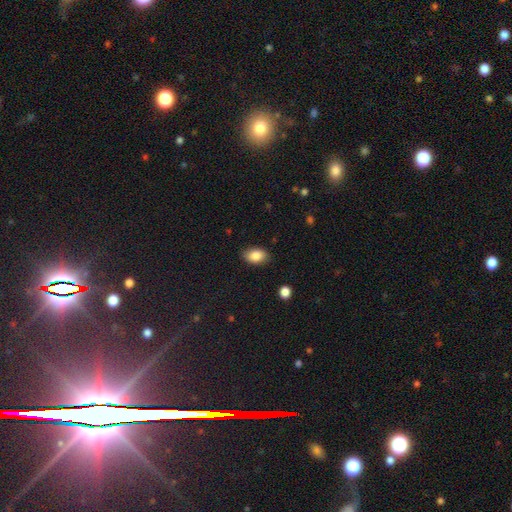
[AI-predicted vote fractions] Smooth or featured? smooth (86%)
How rounded? in between (86%)
Merging? none (84%)